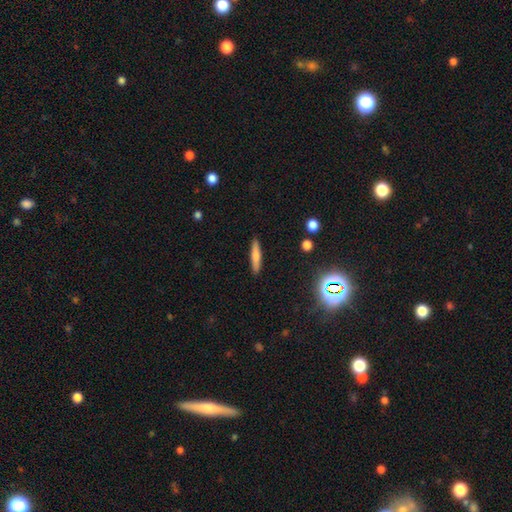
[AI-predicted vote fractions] Smooth or featured: smooth — 71% (featured or disk — 20%)
How rounded: cigar-shaped — 86% (in between — 12%)
Merging: none — 90% (minor disturbance — 7%)